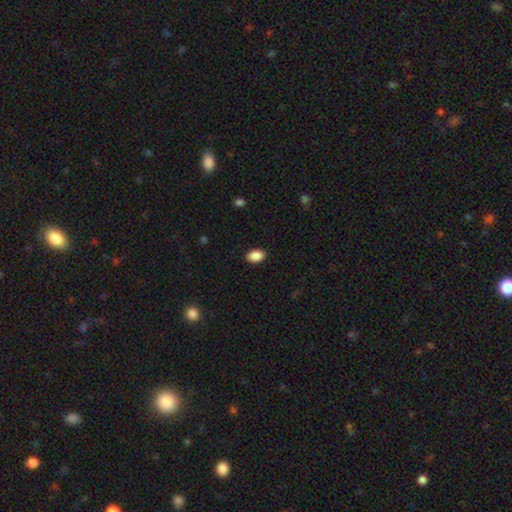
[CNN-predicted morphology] smooth-or-featured: smooth: 89% | star or artifact: 8% | featured or disk: 3%
  how-rounded: in between: 88% | round: 10% | cigar-shaped: 1%
  merging: none: 89% | minor disturbance: 8% | major disturbance: 2% | merger: 1%